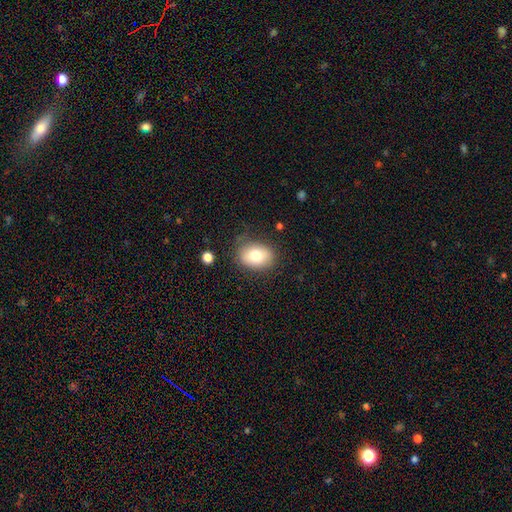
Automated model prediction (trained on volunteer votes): Q: Smooth or featured?
A: smooth (77%); runner-up: featured or disk (15%)
Q: How rounded?
A: in between (75%); runner-up: round (24%)
Q: Merging?
A: none (79%); runner-up: minor disturbance (15%)